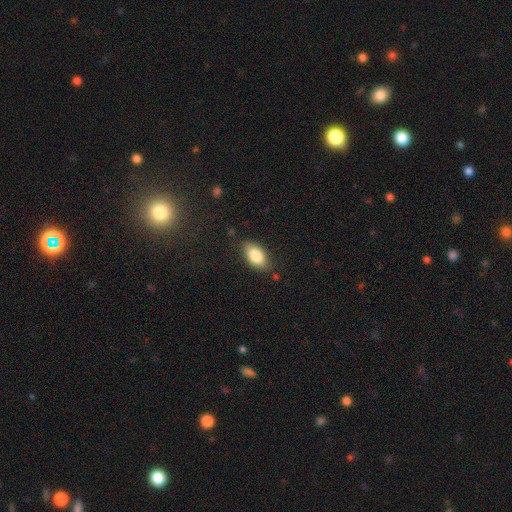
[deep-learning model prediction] smooth-or-featured: smooth: 81% | featured or disk: 12% | star or artifact: 7%
  how-rounded: in between: 90% | cigar-shaped: 5% | round: 4%
  merging: none: 80% | minor disturbance: 15% | major disturbance: 3% | merger: 2%